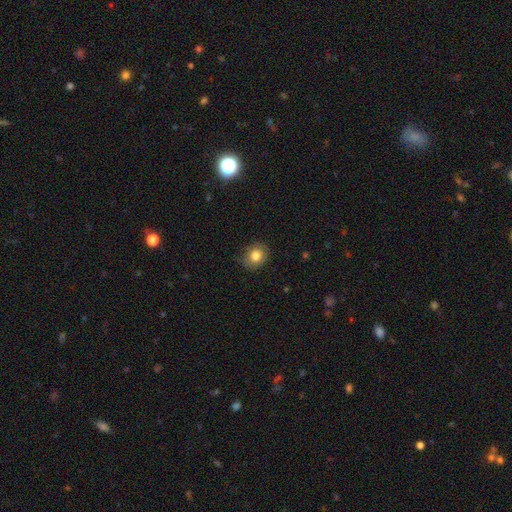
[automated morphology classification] Smooth or featured?
  - smooth: 82% *
  - star or artifact: 10%
  - featured or disk: 8%
How rounded?
  - round: 71% *
  - in between: 28%
  - cigar-shaped: 1%
Merging?
  - none: 81% *
  - minor disturbance: 15%
  - major disturbance: 3%
  - merger: 1%